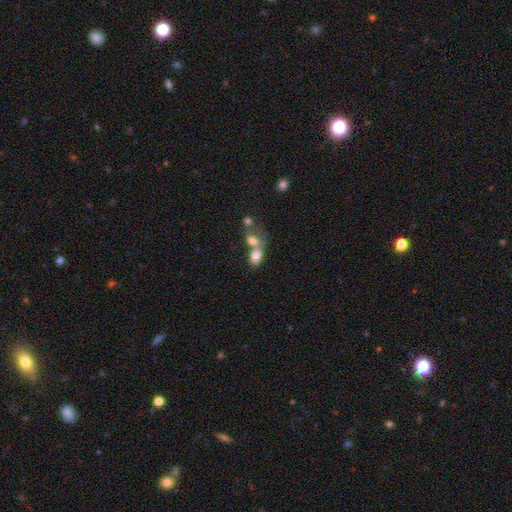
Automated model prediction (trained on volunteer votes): Smooth or featured: smooth — 77% (featured or disk — 13%)
How rounded: in between — 74% (round — 25%)
Merging: merger — 62% (none — 26%)